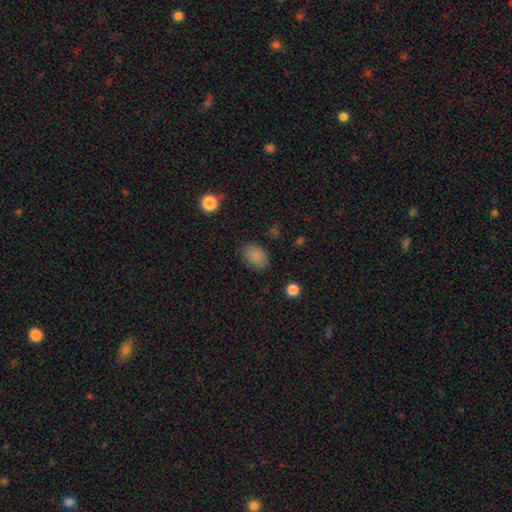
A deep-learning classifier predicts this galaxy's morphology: A smooth galaxy with no disk features (85%) that is in between round and cigar-shaped (79%). Merging: none (79%).